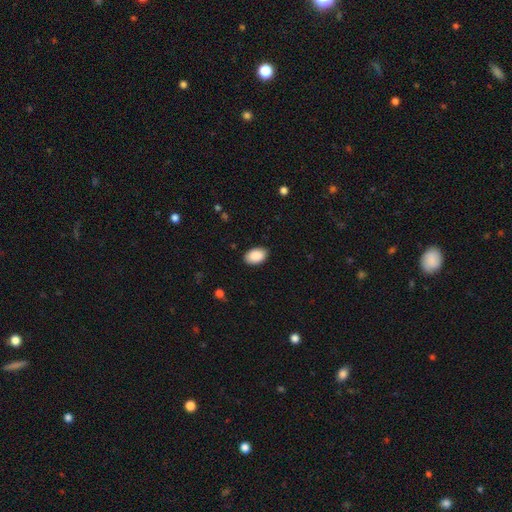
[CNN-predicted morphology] smooth-or-featured: smooth: 90% | star or artifact: 6% | featured or disk: 4%
  how-rounded: in between: 91% | round: 8% | cigar-shaped: 1%
  merging: none: 88% | minor disturbance: 9% | major disturbance: 2% | merger: 1%